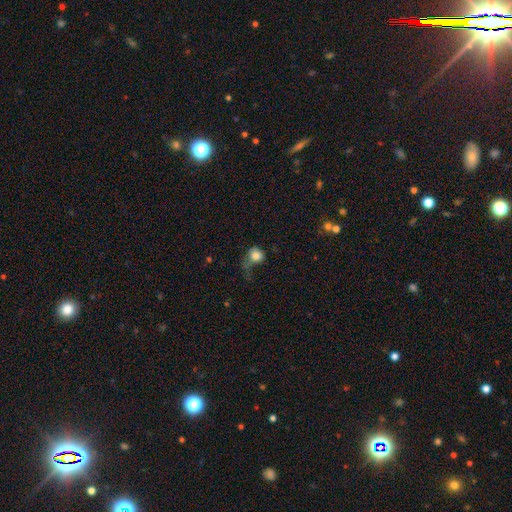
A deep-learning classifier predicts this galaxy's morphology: Smooth or featured: smooth — 78% (featured or disk — 12%)
How rounded: round — 76% (in between — 23%)
Merging: major disturbance — 43% (none — 28%)